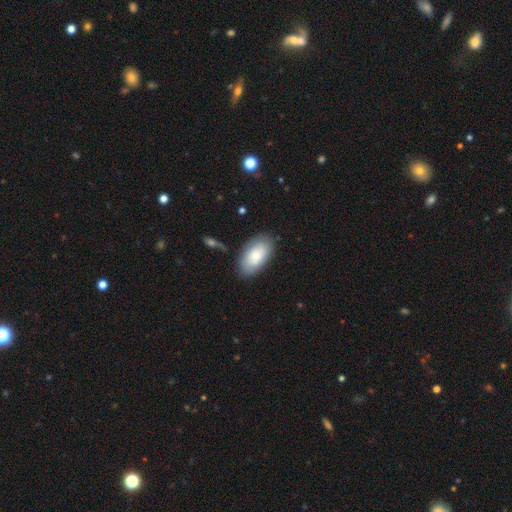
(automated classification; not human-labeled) This appears to be a smooth galaxy with no disk features (80%) that is in between round and cigar-shaped (95%). Merging: none (80%).